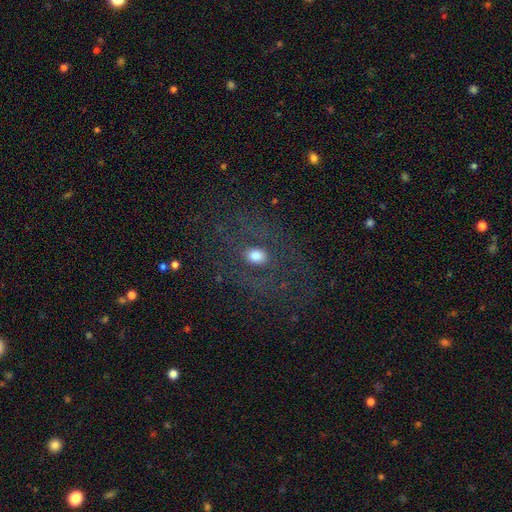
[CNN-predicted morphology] A smooth galaxy with no disk features (57%) that is in between round and cigar-shaped (58%). Merging: none (73%).